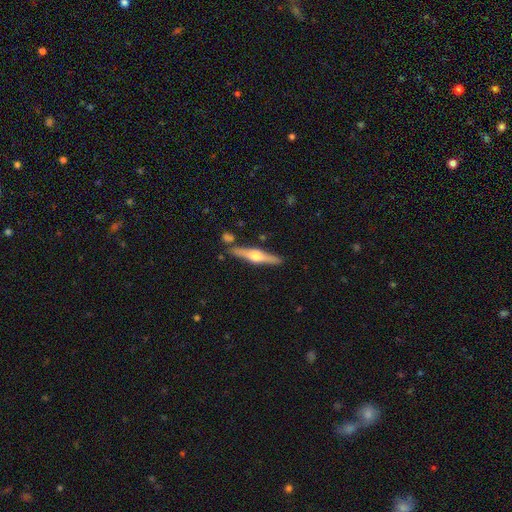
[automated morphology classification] Smooth or featured: featured or disk — 72% (smooth — 23%)
Edge-on disk: yes — 97% (no — 3%)
Edge-on bulge: rounded — 93% (boxy — 4%)
Merging: none — 84% (minor disturbance — 10%)